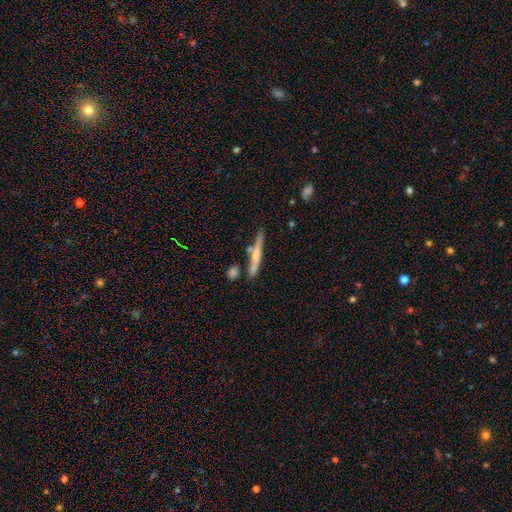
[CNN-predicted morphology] Smooth or featured?
  - featured or disk: 49% *
  - smooth: 45%
  - star or artifact: 6%
Merging?
  - none: 73% *
  - minor disturbance: 14%
  - merger: 10%
  - major disturbance: 3%